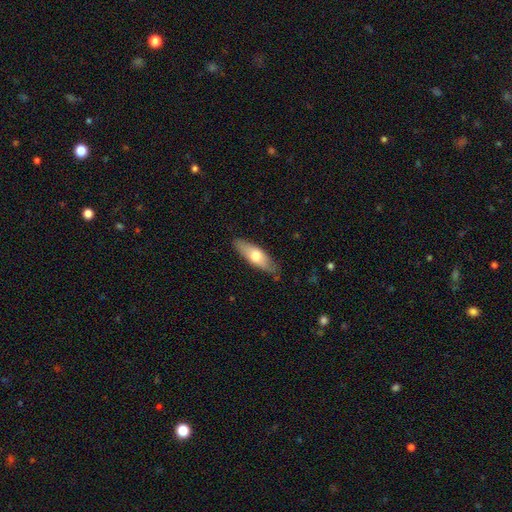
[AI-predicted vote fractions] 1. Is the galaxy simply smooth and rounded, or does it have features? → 63% smooth, 32% featured or disk, 5% star or artifact.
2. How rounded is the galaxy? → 56% in between, 42% cigar-shaped, 2% round.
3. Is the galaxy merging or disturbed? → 81% none, 15% minor disturbance, 2% major disturbance, 1% merger.